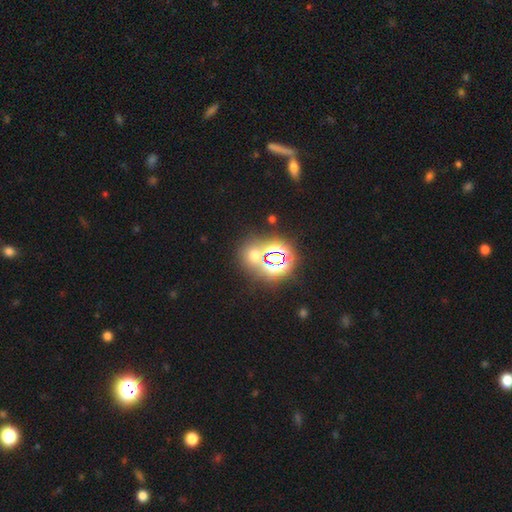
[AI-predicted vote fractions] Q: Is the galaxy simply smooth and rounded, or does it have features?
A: star or artifact — 54%.